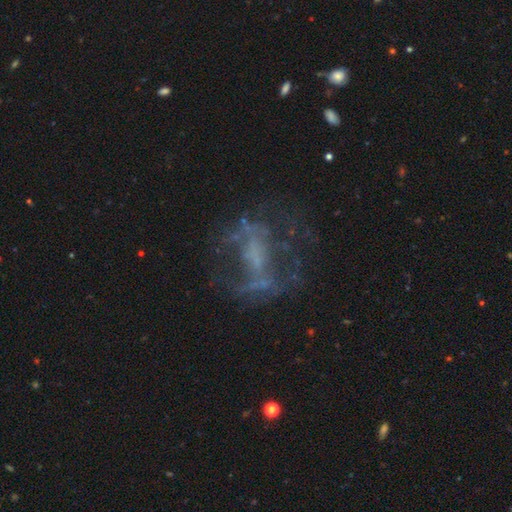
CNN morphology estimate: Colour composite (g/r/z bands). It shows a featured or disk galaxy (66%) with no bar (60%), no spiral arms (55%) and no central bulge (55%). Merging: none (53%).